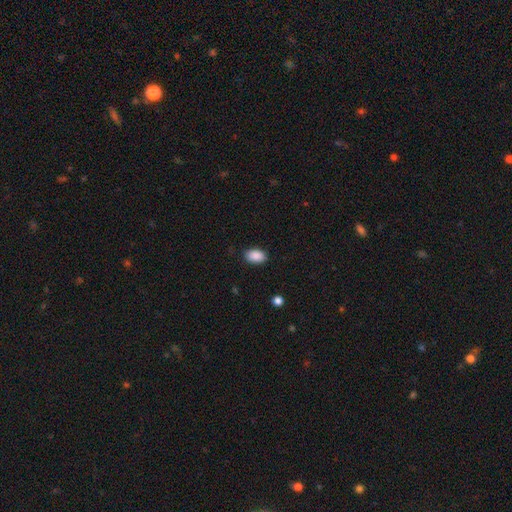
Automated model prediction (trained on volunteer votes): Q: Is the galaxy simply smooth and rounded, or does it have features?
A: smooth — 90%.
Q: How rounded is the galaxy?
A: in between — 90%.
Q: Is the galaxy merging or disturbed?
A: none — 87%.